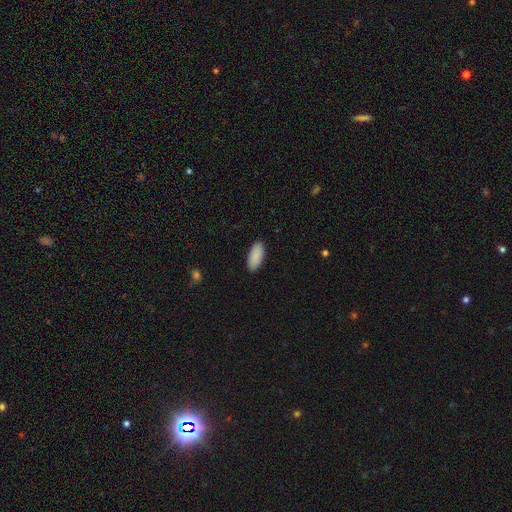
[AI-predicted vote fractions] Smooth or featured? Predicted: smooth (p=0.89). How rounded? Predicted: in between (p=0.88). Merging? Predicted: none (p=0.89).